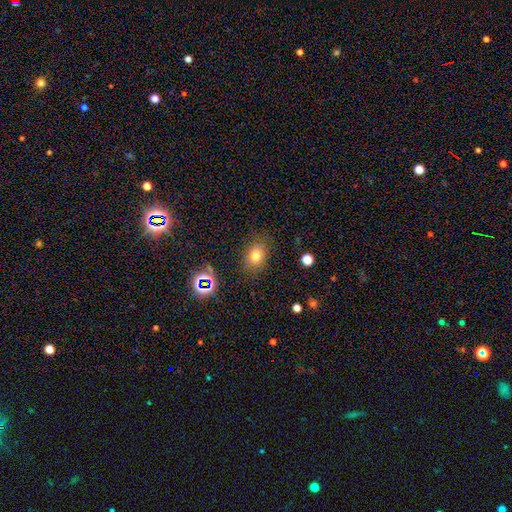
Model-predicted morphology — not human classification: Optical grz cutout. It shows a smooth galaxy with no disk features (72%) that is in between round and cigar-shaped (61%). Merging: none (80%).